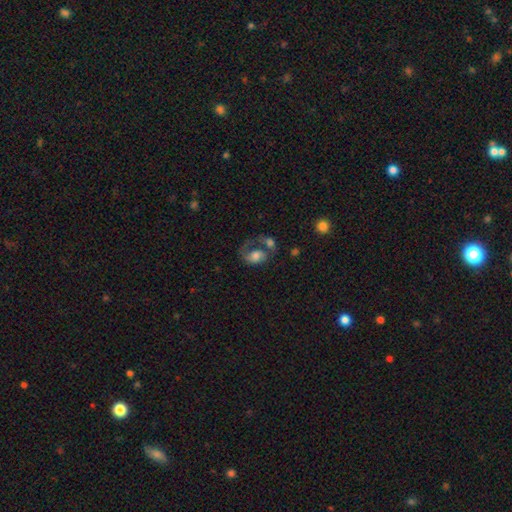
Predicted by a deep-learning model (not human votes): A featured or disk galaxy (48%). Merging: merger (33%).